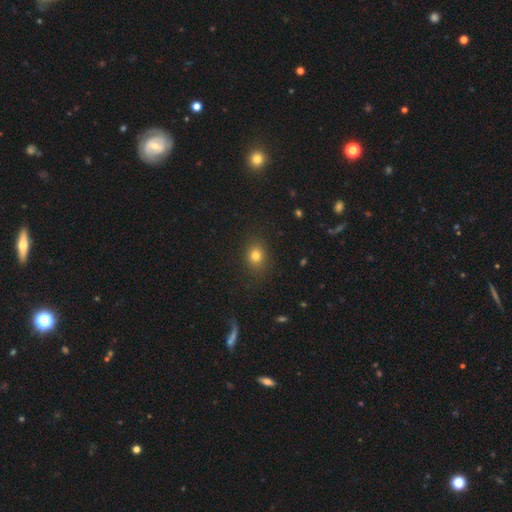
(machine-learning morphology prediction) This is likely a smooth galaxy (79%). How rounded: possibly round (55%). Merging: clearly none (85%).